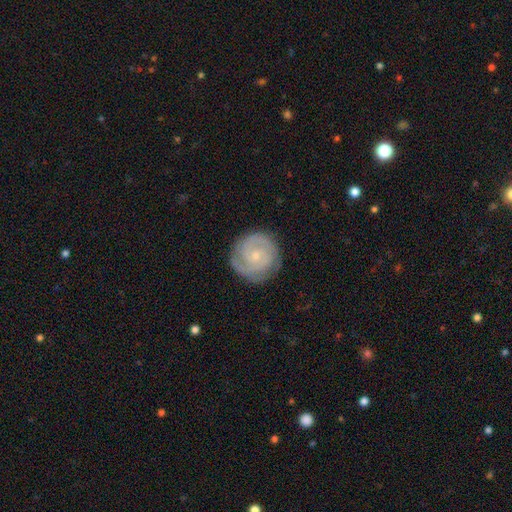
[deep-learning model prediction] Smooth or featured? featured or disk (83%)
Edge-on disk? no (98%)
Bar? no (68%)
Spiral arms? yes (97%)
Spiral winding? tight (69%)
Spiral arm count? 2 (63%)
Bulge size? small (76%)
Merging? none (85%)